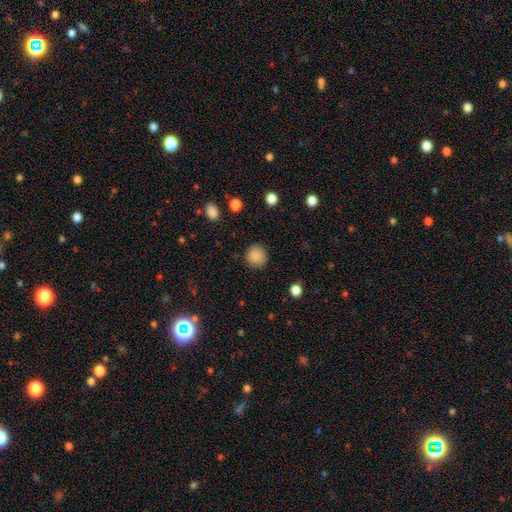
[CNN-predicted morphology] smooth-or-featured: smooth: 87% | star or artifact: 9% | featured or disk: 3%
  how-rounded: round: 91% | in between: 8% | cigar-shaped: 1%
  merging: none: 89% | minor disturbance: 7% | major disturbance: 3% | merger: 1%